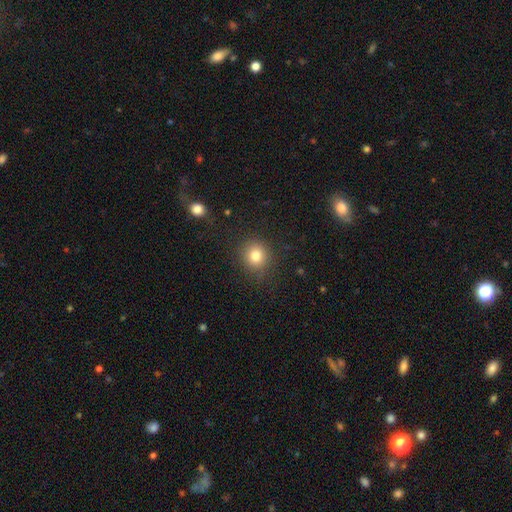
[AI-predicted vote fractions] This appears to be a smooth galaxy with no disk features (81%) that is round (88%). Merging: none (88%).